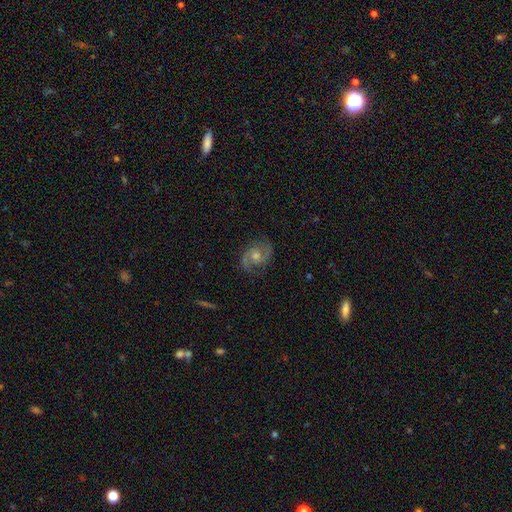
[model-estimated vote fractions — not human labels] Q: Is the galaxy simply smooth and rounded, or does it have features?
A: featured or disk — 85%.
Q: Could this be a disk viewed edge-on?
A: no — 97%.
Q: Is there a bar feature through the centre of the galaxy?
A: no — 60%.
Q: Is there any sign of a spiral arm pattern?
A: yes — 97%.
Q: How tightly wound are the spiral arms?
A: medium — 56%.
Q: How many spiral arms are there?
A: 2 — 91%.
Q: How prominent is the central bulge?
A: moderate — 64%.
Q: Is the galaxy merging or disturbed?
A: none — 82%.